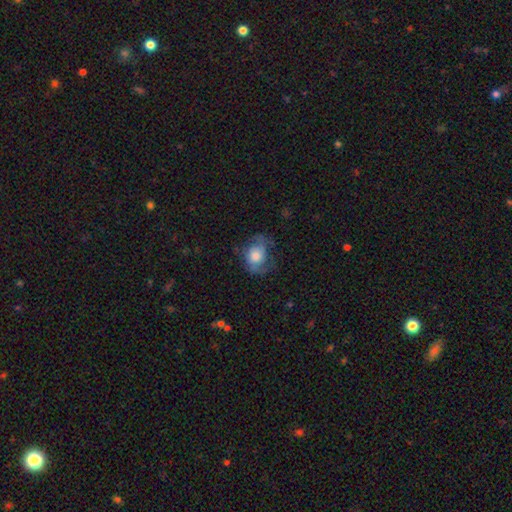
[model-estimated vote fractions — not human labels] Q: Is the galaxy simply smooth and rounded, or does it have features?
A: featured or disk — 46%, tied with smooth.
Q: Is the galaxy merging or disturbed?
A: none — 55%.